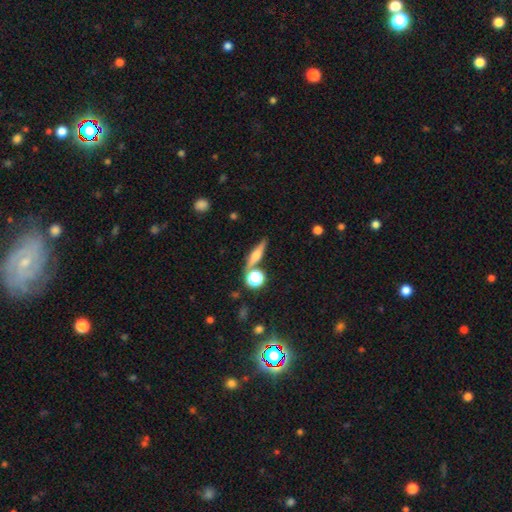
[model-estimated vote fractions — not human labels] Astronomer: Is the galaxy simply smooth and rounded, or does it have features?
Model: featured or disk — 49% (runner-up: smooth, 38%).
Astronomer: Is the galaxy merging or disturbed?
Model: none — 76%.